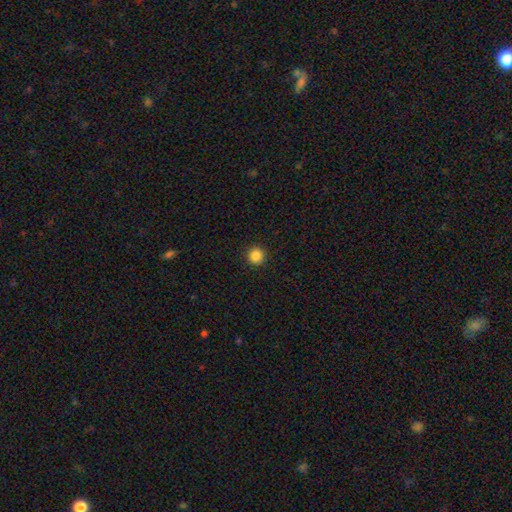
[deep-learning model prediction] smooth 86%, star or artifact 11%, featured or disk 3%. Down the decision tree: how rounded — round (95%); merging — none (93%).